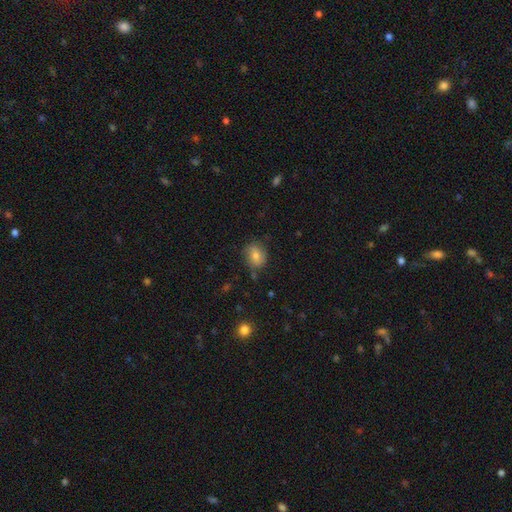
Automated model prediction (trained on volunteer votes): Q: Smooth or featured?
A: smooth (69%); runner-up: featured or disk (20%)
Q: How rounded?
A: round (50%); runner-up: in between (48%)
Q: Merging?
A: none (75%); runner-up: minor disturbance (19%)